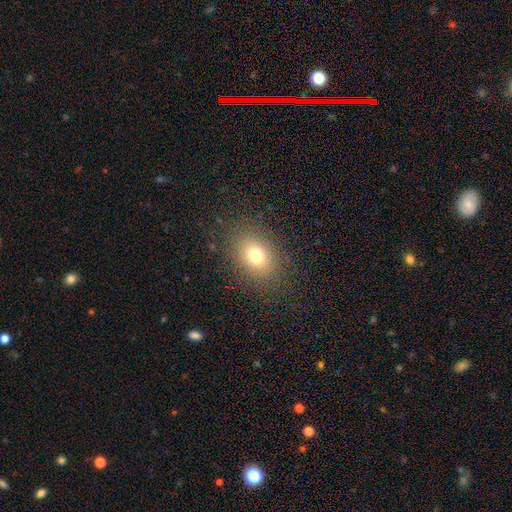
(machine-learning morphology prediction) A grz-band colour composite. It shows a smooth galaxy with no disk features (74%) that is in between round and cigar-shaped (65%). Merging: none (84%).